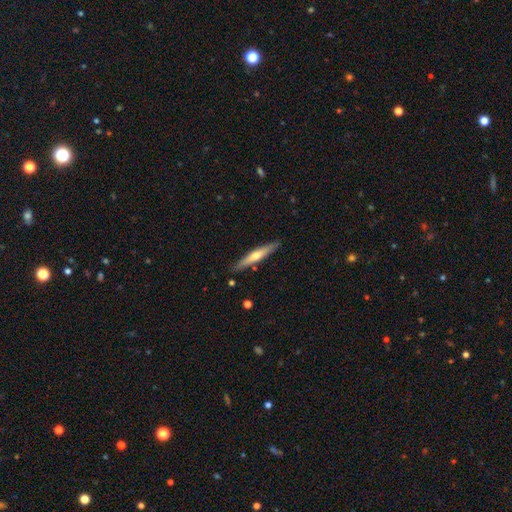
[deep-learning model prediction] smooth-or-featured: featured or disk: 50% | smooth: 44% | star or artifact: 6%
  disk-edge-on: yes: 94% | no: 6%
  merging: none: 88% | minor disturbance: 9% | merger: 2% | major disturbance: 2%